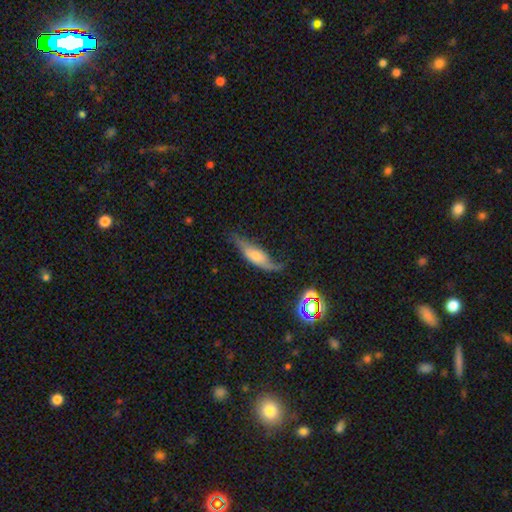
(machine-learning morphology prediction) A featured or disk galaxy (51%). Merging: none (46%).